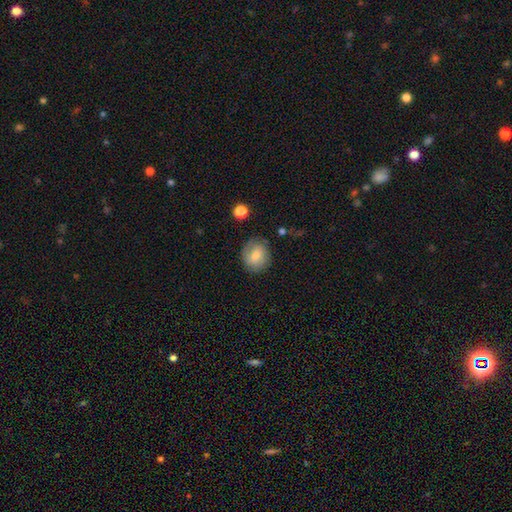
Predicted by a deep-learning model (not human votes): This is likely a smooth galaxy (73%). How rounded: likely round (75%). Merging: likely none (79%).